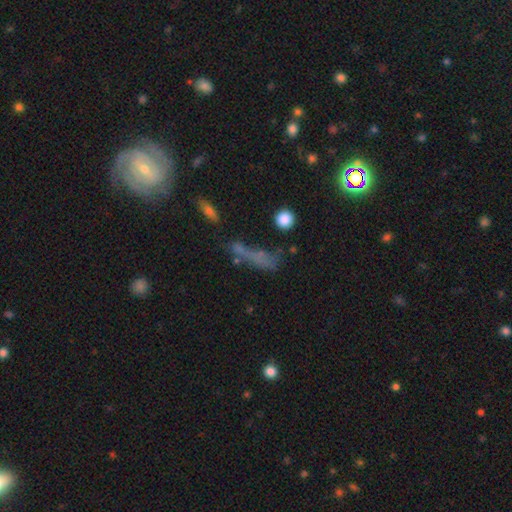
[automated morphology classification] Smooth or featured? smooth (49%)
Merging? none (43%)